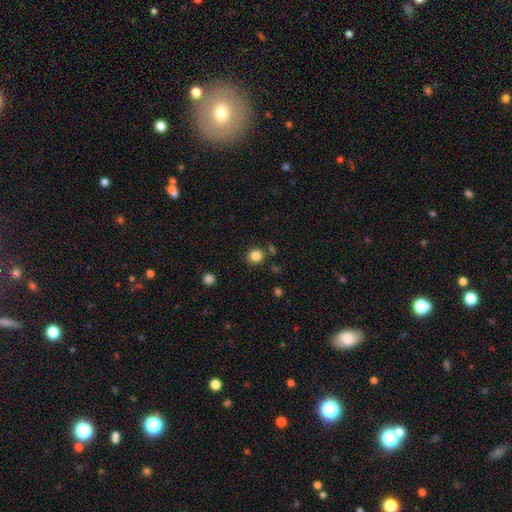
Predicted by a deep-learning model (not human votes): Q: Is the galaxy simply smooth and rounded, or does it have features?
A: smooth — 84%.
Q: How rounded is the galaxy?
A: round — 88%.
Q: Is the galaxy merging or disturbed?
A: none — 83%.